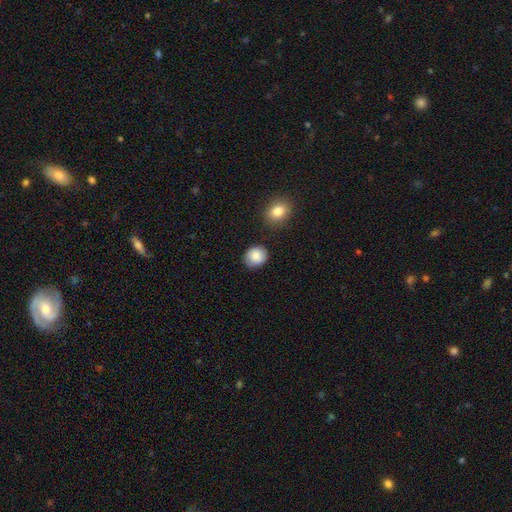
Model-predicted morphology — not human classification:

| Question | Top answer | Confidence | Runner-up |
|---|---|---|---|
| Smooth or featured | smooth | 85% | star or artifact (8%) |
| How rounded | round | 72% | in between (27%) |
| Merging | none | 83% | minor disturbance (11%) |